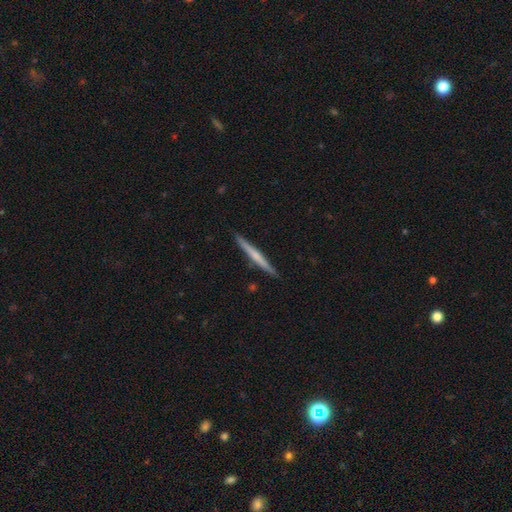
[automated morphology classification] A featured or disk galaxy (50%) viewed edge-on (97%).

Vote fractions:
- Smooth or featured? featured or disk: 50% / smooth: 44% / star or artifact: 5%
- Edge-on disk? yes: 97% / no: 3%
- Merging? none: 90% / minor disturbance: 7% / major disturbance: 1% / merger: 1%